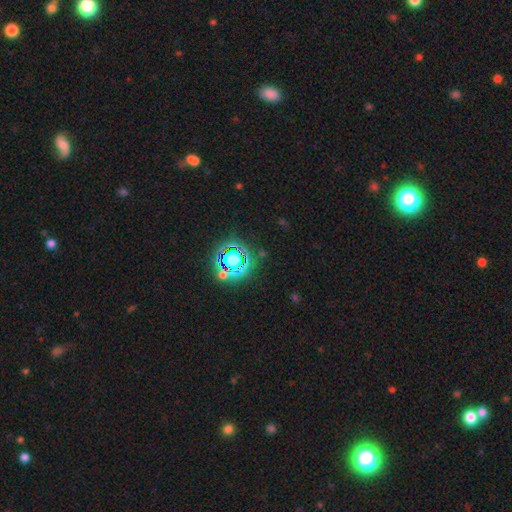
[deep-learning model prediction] A star or artifact, not a galaxy (77%).

Vote fractions:
- Smooth or featured? star or artifact: 77% / smooth: 15% / featured or disk: 8%